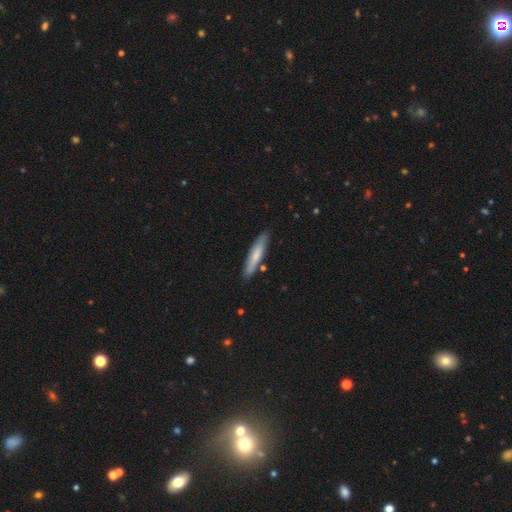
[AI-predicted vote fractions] Q: Smooth or featured?
A: smooth (69%); runner-up: featured or disk (25%)
Q: How rounded?
A: cigar-shaped (89%); runner-up: in between (10%)
Q: Merging?
A: none (84%); runner-up: minor disturbance (12%)